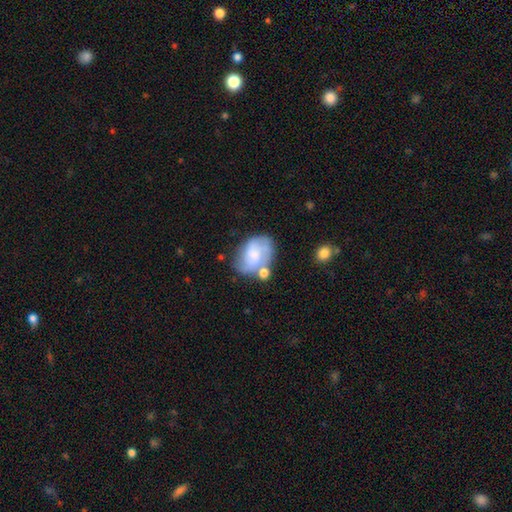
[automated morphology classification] A featured or disk galaxy (48%).

Vote fractions:
- Smooth or featured? featured or disk: 48% / smooth: 44% / star or artifact: 8%
- Merging? none: 44% / minor disturbance: 24% / merger: 19% / major disturbance: 13%